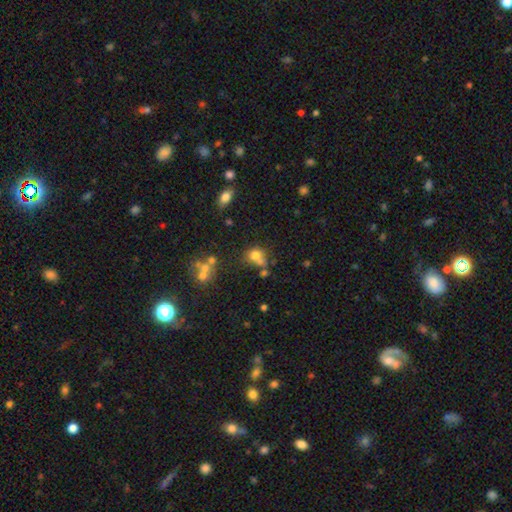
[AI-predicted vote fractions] smooth_or_featured: smooth (p=0.70) [alt: star or artifact p=0.15]
how_rounded: round (p=0.69) [alt: in between p=0.29]
merging: none (p=0.44) [alt: merger p=0.31]